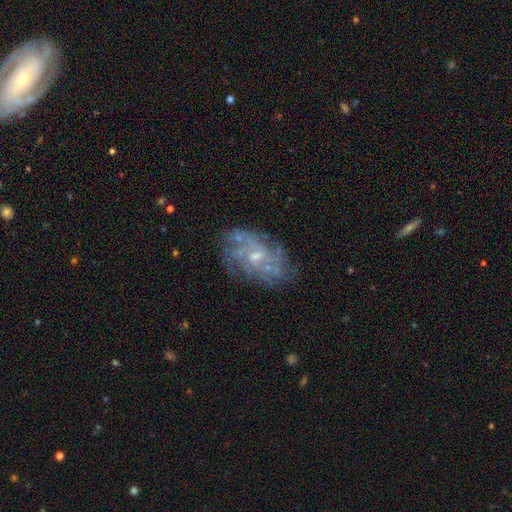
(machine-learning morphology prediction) Q: Smooth or featured?
A: featured or disk (77%); runner-up: smooth (14%)
Q: Edge-on disk?
A: no (96%); runner-up: yes (4%)
Q: Bar?
A: no (61%); runner-up: weak (34%)
Q: Spiral arms?
A: yes (82%); runner-up: no (18%)
Q: Spiral winding?
A: tight (44%); runner-up: medium (38%)
Q: Spiral arm count?
A: can't tell (48%); runner-up: 4 (14%)
Q: Bulge size?
A: small (56%); runner-up: moderate (36%)
Q: Merging?
A: none (71%); runner-up: minor disturbance (18%)